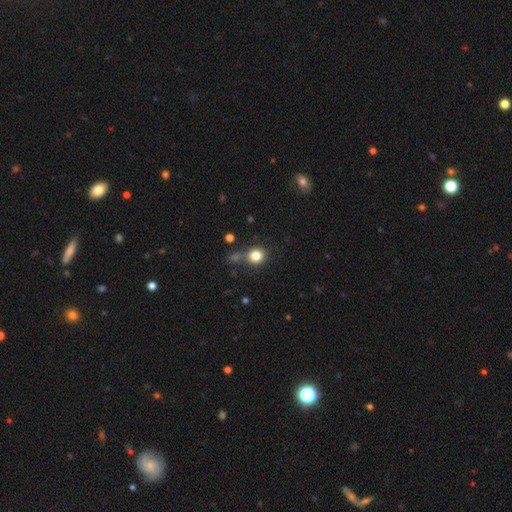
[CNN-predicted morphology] Smooth or featured?
  - smooth: 82% *
  - star or artifact: 12%
  - featured or disk: 6%
How rounded?
  - round: 86% *
  - in between: 14%
  - cigar-shaped: 1%
Merging?
  - none: 71% *
  - minor disturbance: 13%
  - merger: 12%
  - major disturbance: 5%